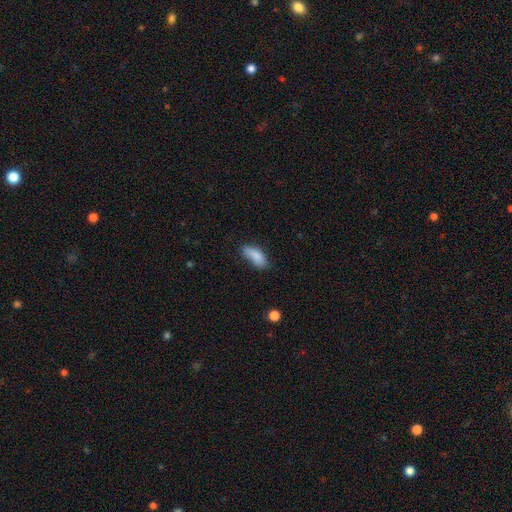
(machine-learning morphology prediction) Q: Smooth or featured?
A: smooth (86%); runner-up: star or artifact (8%)
Q: How rounded?
A: in between (79%); runner-up: cigar-shaped (19%)
Q: Merging?
A: none (58%); runner-up: minor disturbance (32%)